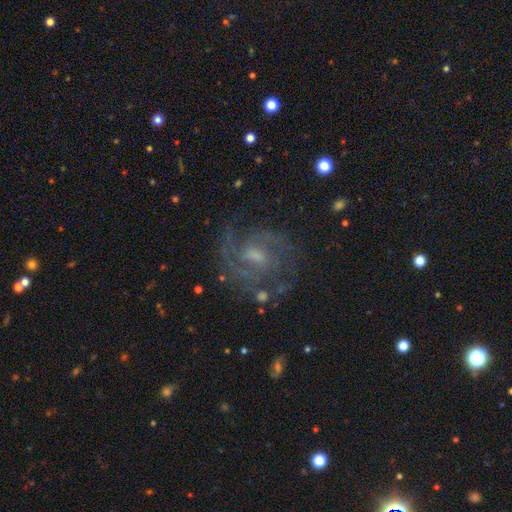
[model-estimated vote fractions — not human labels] Overall: featured or disk (84%). Edge-on disk: no (98%). Bar: weak (58%; no 28%). Spiral arms: yes (95%). Spiral arm count: 2 (43%; can't tell 22%). Spiral winding: medium (46%; tight 43%). Bulge size: small (42%; moderate 41%). Merging: none (72%).